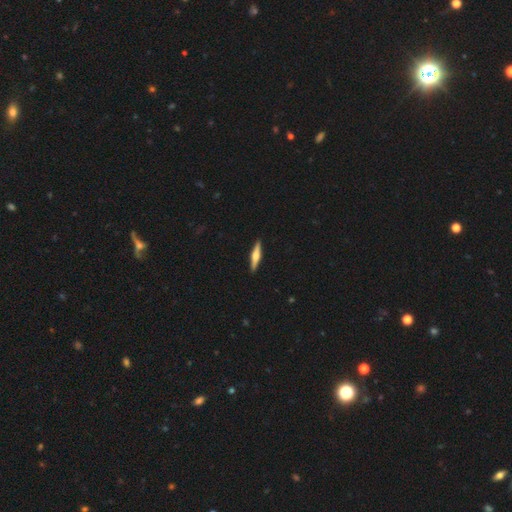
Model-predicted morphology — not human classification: smooth-or-featured: featured or disk: 59% | smooth: 36% | star or artifact: 5%
  disk-edge-on: yes: 97% | no: 3%
    edge-on-bulge: rounded: 85% | boxy: 10% | none: 4%
  merging: none: 91% | minor disturbance: 6% | major disturbance: 1% | merger: 1%